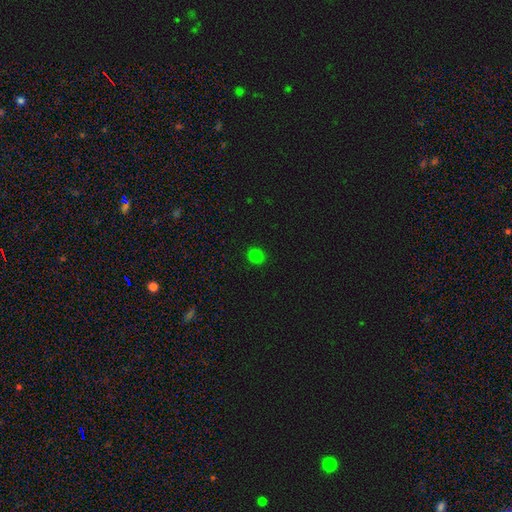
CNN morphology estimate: smooth-or-featured: smooth: 81% | star or artifact: 16% | featured or disk: 4%
  how-rounded: round: 79% | in between: 20% | cigar-shaped: 1%
  merging: none: 91% | minor disturbance: 6% | major disturbance: 2% | merger: 1%